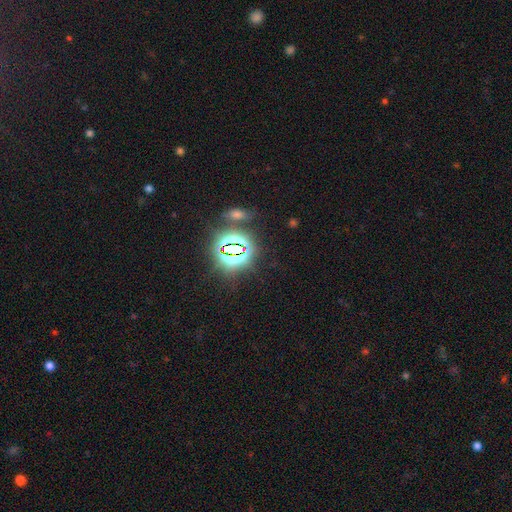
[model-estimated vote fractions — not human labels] The model was most divided on "smooth or featured": star or artifact: 83%, smooth: 10%, featured or disk: 6%.